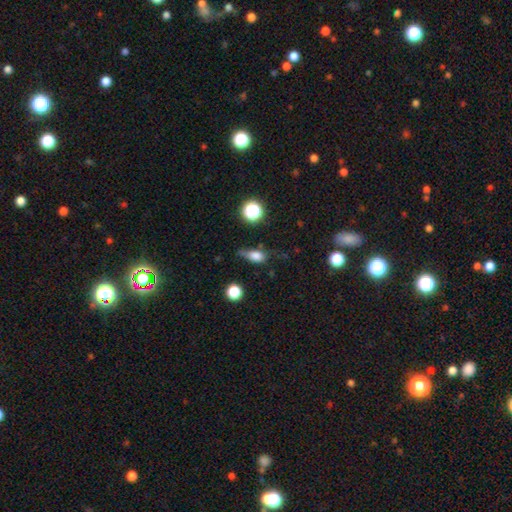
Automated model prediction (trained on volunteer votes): Smooth or featured? Predicted: smooth (p=0.76). How rounded? Predicted: in between (p=0.72). Merging? Predicted: none (p=0.45).